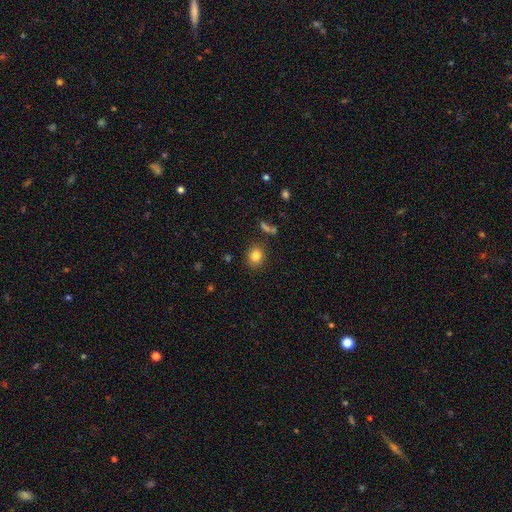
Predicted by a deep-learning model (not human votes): Q: Smooth or featured?
A: smooth (82%); runner-up: star or artifact (11%)
Q: How rounded?
A: round (73%); runner-up: in between (26%)
Q: Merging?
A: none (85%); runner-up: minor disturbance (9%)